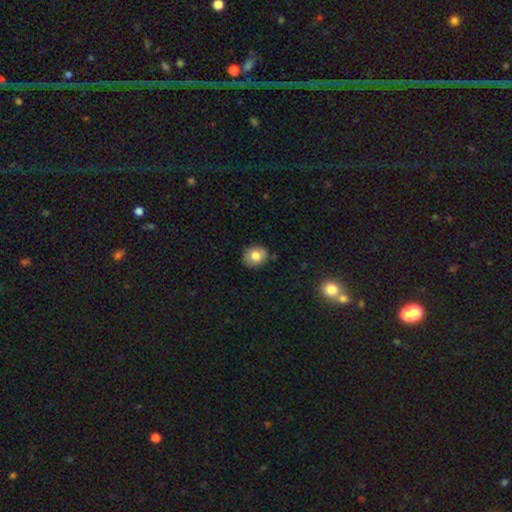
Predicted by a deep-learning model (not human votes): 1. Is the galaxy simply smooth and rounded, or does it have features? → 79% smooth, 12% featured or disk, 9% star or artifact.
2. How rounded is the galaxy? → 64% round, 35% in between, 1% cigar-shaped.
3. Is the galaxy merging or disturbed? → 83% none, 13% minor disturbance, 2% major disturbance, 2% merger.